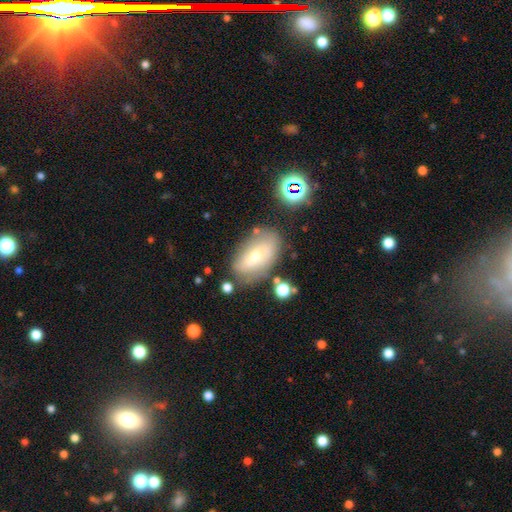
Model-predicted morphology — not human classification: Smooth or featured: smooth — 49% (featured or disk — 41%)
Merging: none — 69% (minor disturbance — 18%)